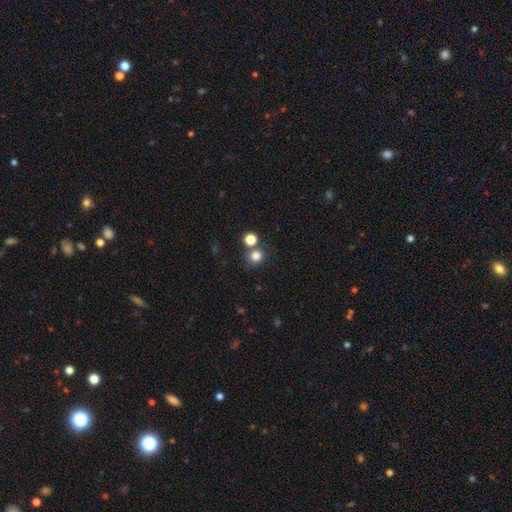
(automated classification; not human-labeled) A smooth galaxy with no disk features (80%) that is round (85%). Merging: none (67%).